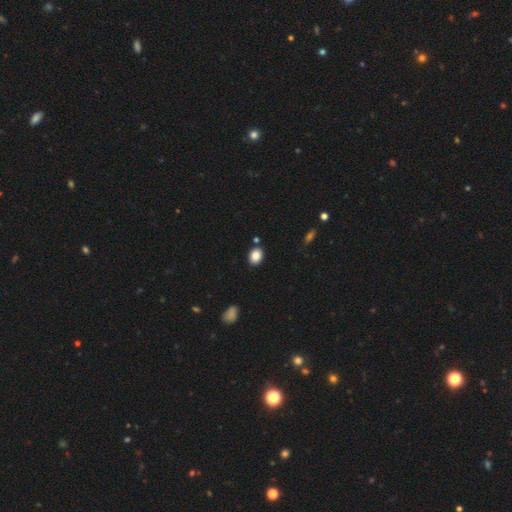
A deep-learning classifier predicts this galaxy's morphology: smooth-or-featured: smooth: 86% | star or artifact: 9% | featured or disk: 5%
  how-rounded: in between: 60% | round: 39% | cigar-shaped: 1%
  merging: none: 84% | minor disturbance: 9% | merger: 4% | major disturbance: 2%